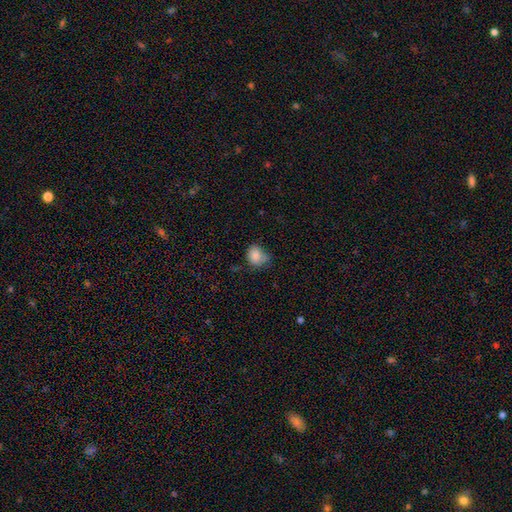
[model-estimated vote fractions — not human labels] A smooth galaxy with no disk features (83%) that is round (55%).

Vote fractions:
- Smooth or featured? smooth: 83% / star or artifact: 9% / featured or disk: 8%
- How rounded? round: 55% / in between: 44% / cigar-shaped: 1%
- Merging? none: 53% / minor disturbance: 34% / major disturbance: 9% / merger: 3%